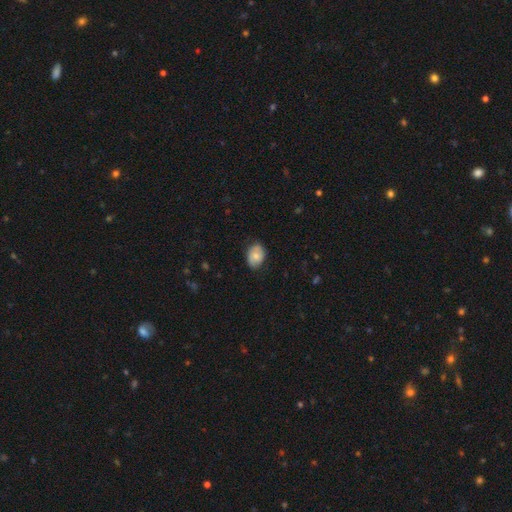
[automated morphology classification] Overall: smooth (72%). How rounded: in between (73%). Merging: none (76%).